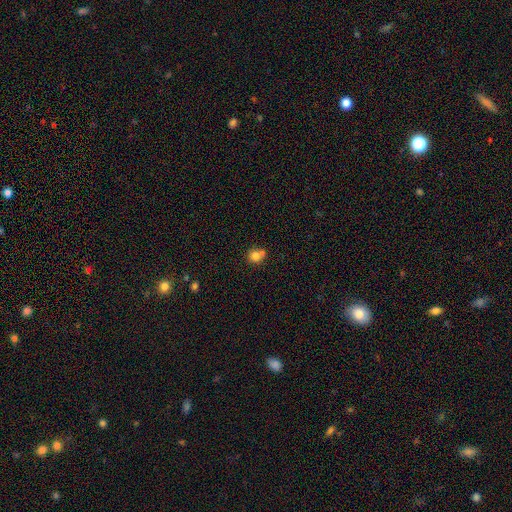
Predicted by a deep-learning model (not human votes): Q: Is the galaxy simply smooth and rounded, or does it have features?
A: smooth — 78%.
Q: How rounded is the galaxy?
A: round — 86%.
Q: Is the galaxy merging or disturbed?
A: none — 50%.